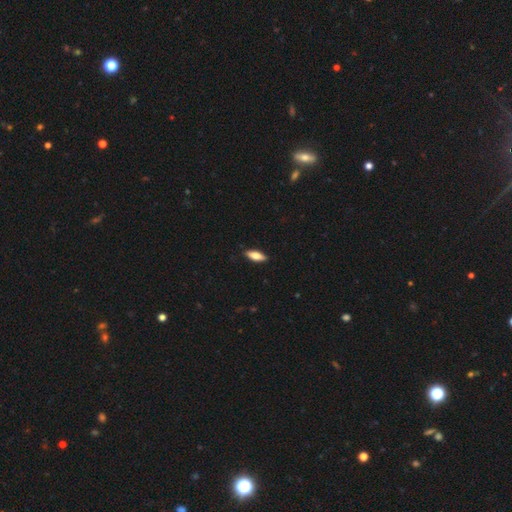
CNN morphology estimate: Smooth or featured? smooth (70%)
How rounded? in between (66%)
Merging? none (88%)